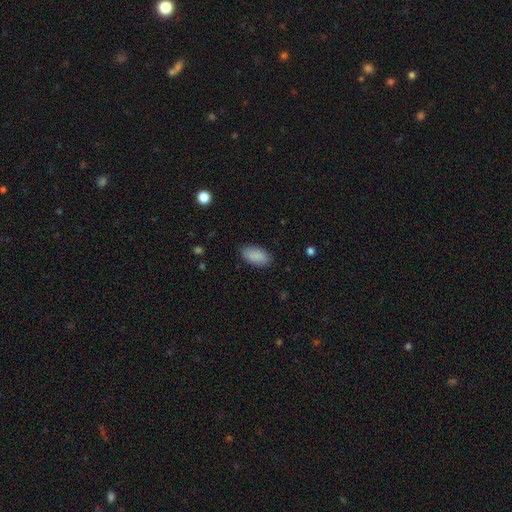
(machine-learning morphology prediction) Smooth or featured? Predicted: smooth (p=0.89). How rounded? Predicted: in between (p=0.92). Merging? Predicted: none (p=0.86).